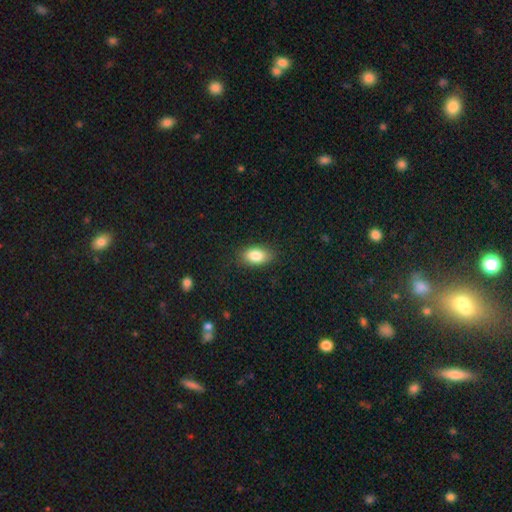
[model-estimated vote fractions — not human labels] Q: Smooth or featured?
A: smooth (85%); runner-up: star or artifact (8%)
Q: How rounded?
A: in between (90%); runner-up: round (7%)
Q: Merging?
A: none (84%); runner-up: minor disturbance (11%)